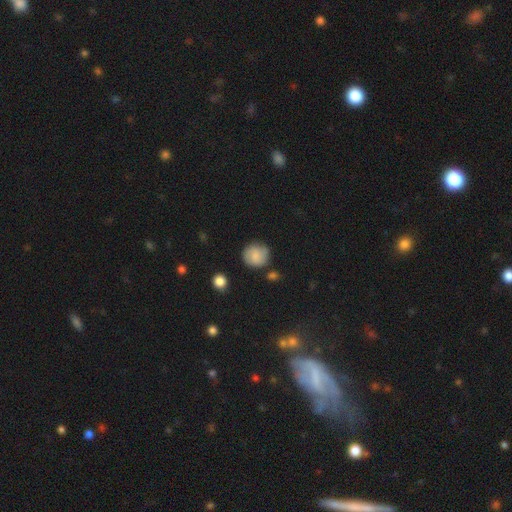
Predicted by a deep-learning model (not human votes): Smooth or featured? Predicted: smooth (p=0.77). How rounded? Predicted: round (p=0.89). Merging? Predicted: none (p=0.77).